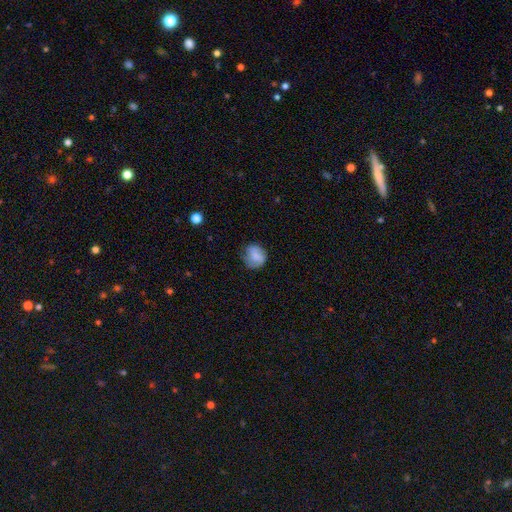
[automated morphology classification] A smooth galaxy with no disk features (71%) that is round (79%).

Vote fractions:
- Smooth or featured? smooth: 71% / featured or disk: 21% / star or artifact: 8%
- How rounded? round: 79% / in between: 20% / cigar-shaped: 1%
- Merging? none: 62% / minor disturbance: 27% / major disturbance: 10% / merger: 2%